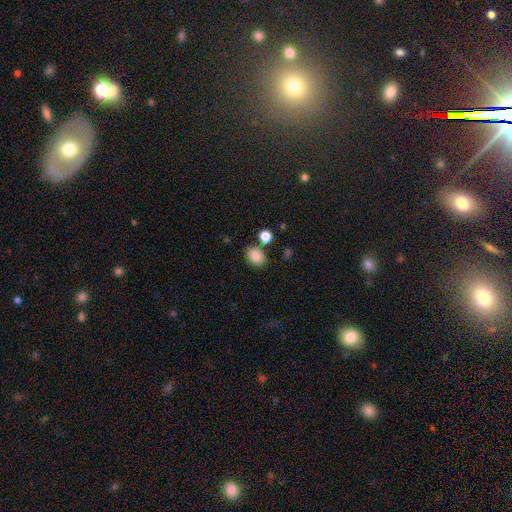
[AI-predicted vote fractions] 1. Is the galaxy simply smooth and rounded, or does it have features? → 84% smooth, 9% star or artifact, 7% featured or disk.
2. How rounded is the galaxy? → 63% in between, 36% round, 1% cigar-shaped.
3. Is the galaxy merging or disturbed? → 77% none, 11% minor disturbance, 9% merger, 3% major disturbance.